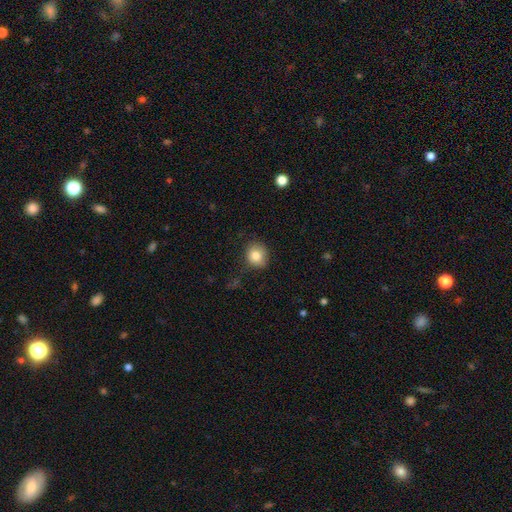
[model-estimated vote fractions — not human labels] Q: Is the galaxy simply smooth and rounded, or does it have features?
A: smooth — 83%.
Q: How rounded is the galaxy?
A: round — 73%.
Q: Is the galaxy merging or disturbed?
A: none — 79%.